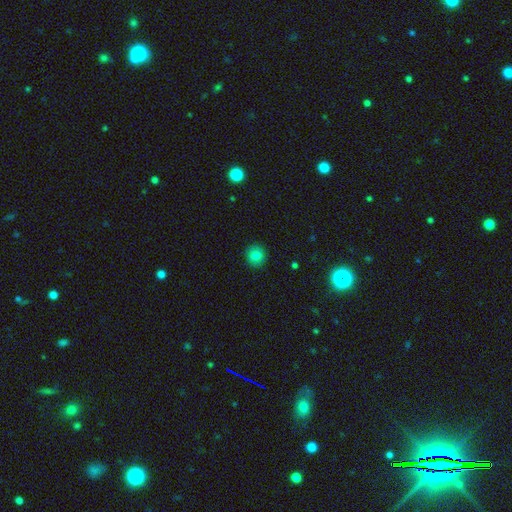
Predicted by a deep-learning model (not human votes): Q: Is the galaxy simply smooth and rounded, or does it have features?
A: smooth — 82%.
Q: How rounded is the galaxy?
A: round — 92%.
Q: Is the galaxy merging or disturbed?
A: none — 91%.